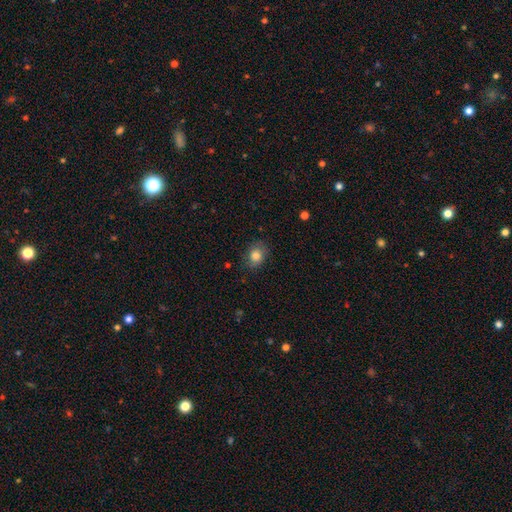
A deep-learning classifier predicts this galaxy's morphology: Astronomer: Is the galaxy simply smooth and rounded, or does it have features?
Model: smooth — 83%.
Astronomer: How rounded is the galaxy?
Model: round — 52% (runner-up: in between, 47%).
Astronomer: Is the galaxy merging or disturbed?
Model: none — 77%.